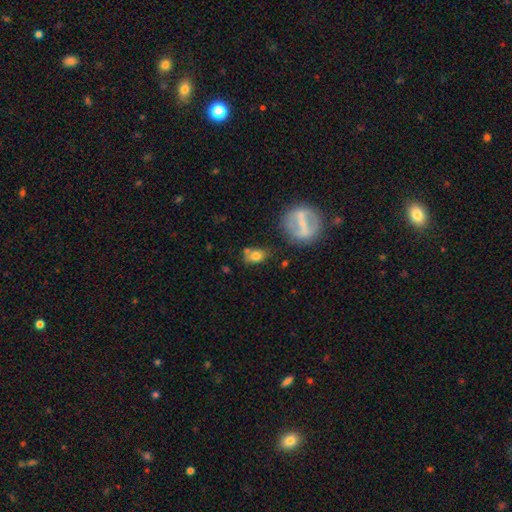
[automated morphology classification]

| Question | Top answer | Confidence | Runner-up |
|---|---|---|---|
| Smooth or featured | smooth | 70% | featured or disk (19%) |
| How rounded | in between | 71% | round (25%) |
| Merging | none | 60% | minor disturbance (20%) |